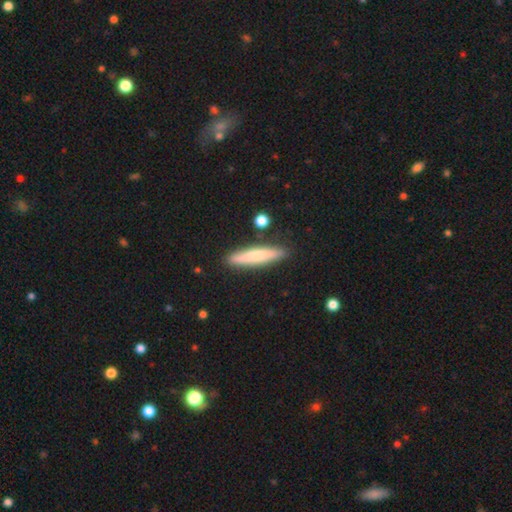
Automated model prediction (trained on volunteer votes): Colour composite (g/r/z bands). It shows a smooth galaxy with no disk features (65%) that is cigar-shaped (89%). Merging: none (86%).